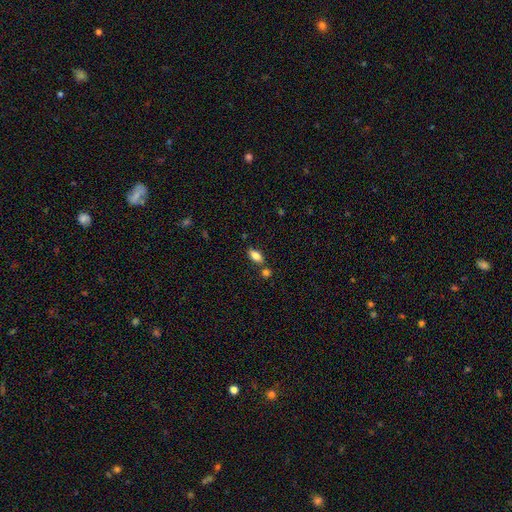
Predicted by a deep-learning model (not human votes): smooth-or-featured: smooth: 80% | featured or disk: 12% | star or artifact: 8%
  how-rounded: in between: 87% | cigar-shaped: 9% | round: 4%
  merging: none: 74% | merger: 12% | minor disturbance: 11% | major disturbance: 3%